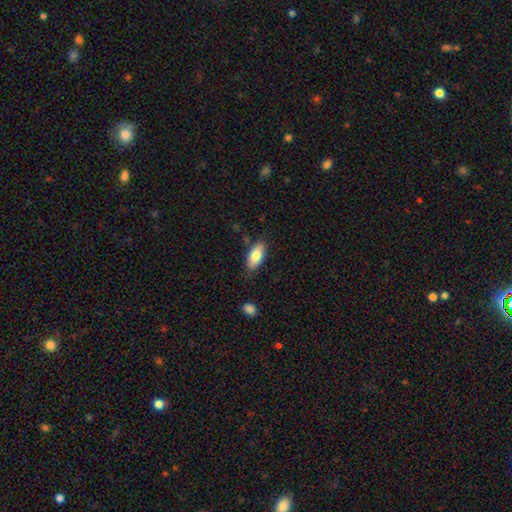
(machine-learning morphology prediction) smooth-or-featured: smooth: 80% | featured or disk: 13% | star or artifact: 6%
  how-rounded: in between: 87% | cigar-shaped: 11% | round: 3%
  merging: none: 77% | minor disturbance: 17% | major disturbance: 4% | merger: 2%